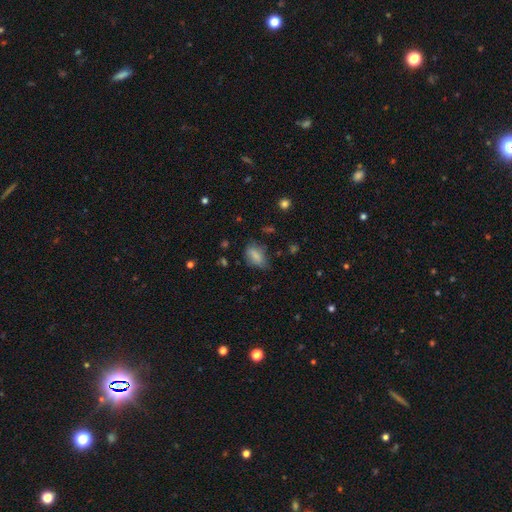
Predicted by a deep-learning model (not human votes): A smooth galaxy with no disk features (76%) that is in between round and cigar-shaped (86%). Merging: none (55%).